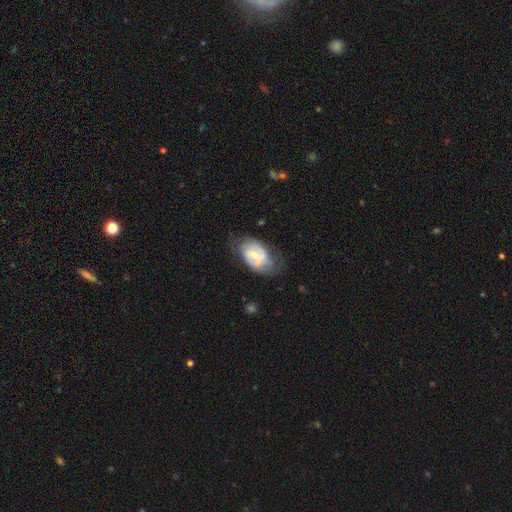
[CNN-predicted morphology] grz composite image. It shows a featured or disk galaxy (64%) with a weak bar (54%), spiral arms (78%) and a moderate central bulge (48%). Merging: none (57%).